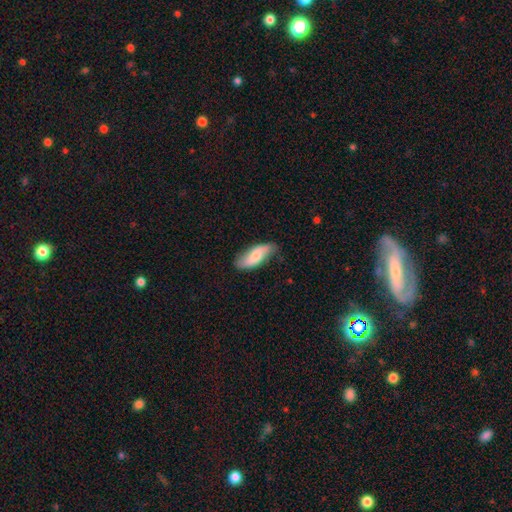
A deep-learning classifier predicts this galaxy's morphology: smooth_or_featured: smooth (p=0.55) [alt: featured or disk p=0.38]
how_rounded: in between (p=0.73) [alt: cigar-shaped p=0.25]
merging: none (p=0.71) [alt: minor disturbance p=0.22]